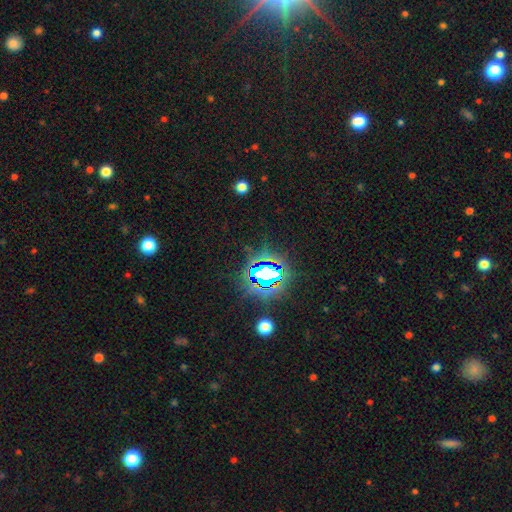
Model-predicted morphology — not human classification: The model was most divided on "smooth or featured": star or artifact: 84%, smooth: 9%, featured or disk: 7%.